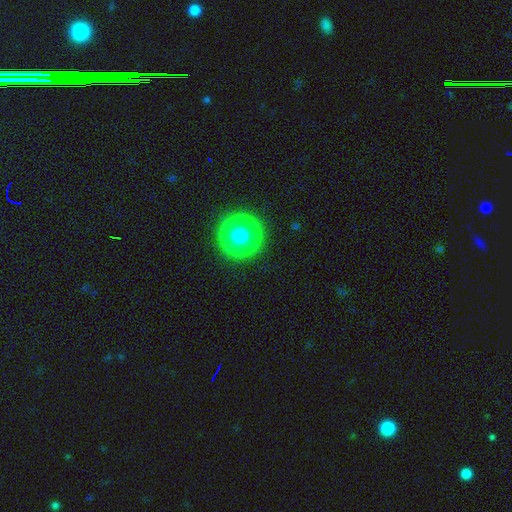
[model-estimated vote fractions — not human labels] smooth-or-featured: star or artifact: 58% | smooth: 37% | featured or disk: 5%